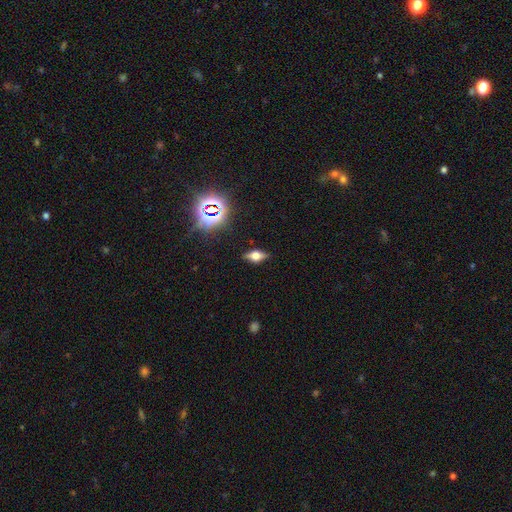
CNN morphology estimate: Q: Smooth or featured?
A: featured or disk (51%); runner-up: smooth (33%)
Q: Edge-on disk?
A: yes (91%); runner-up: no (9%)
Q: Merging?
A: none (85%); runner-up: minor disturbance (11%)